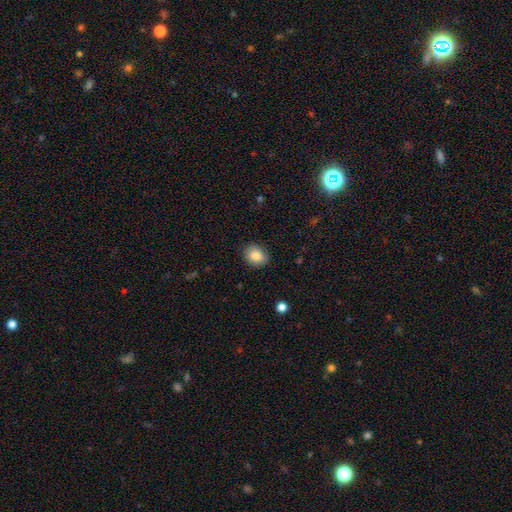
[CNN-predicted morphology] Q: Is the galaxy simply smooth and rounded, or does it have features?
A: smooth — 84%.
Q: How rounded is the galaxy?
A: round — 56%.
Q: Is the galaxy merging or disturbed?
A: none — 85%.